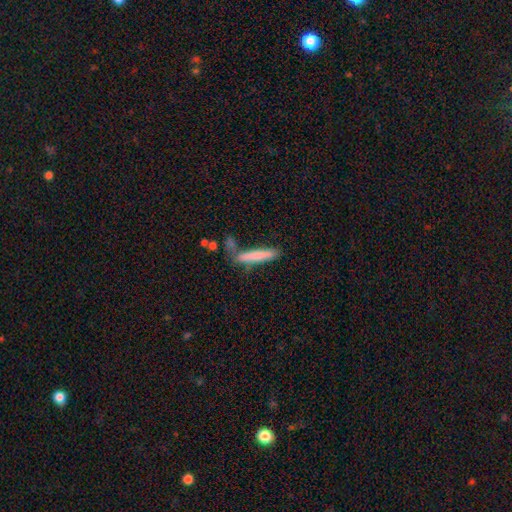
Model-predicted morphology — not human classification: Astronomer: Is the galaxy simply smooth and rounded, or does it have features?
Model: smooth — 75%.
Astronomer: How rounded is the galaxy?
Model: cigar-shaped — 91%.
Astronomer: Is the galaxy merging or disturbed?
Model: none — 65%.